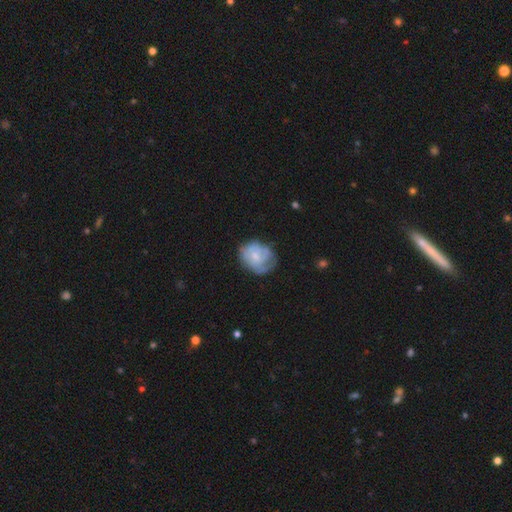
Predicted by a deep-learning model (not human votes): A featured or disk galaxy (55%) with no bar (71%), spiral arms (68%) and a small central bulge (49%).

Vote fractions:
- Smooth or featured? featured or disk: 55% / smooth: 38% / star or artifact: 7%
- Edge-on disk? no: 98% / yes: 2%
- Bar? no: 71% / weak: 26% / strong: 3%
- Spiral arms? yes: 68% / no: 32%
- Bulge size? small: 49% / moderate: 36% / none: 11% / large: 3% / dominant: 1%
- Merging? none: 53% / minor disturbance: 29% / major disturbance: 16% / merger: 2%